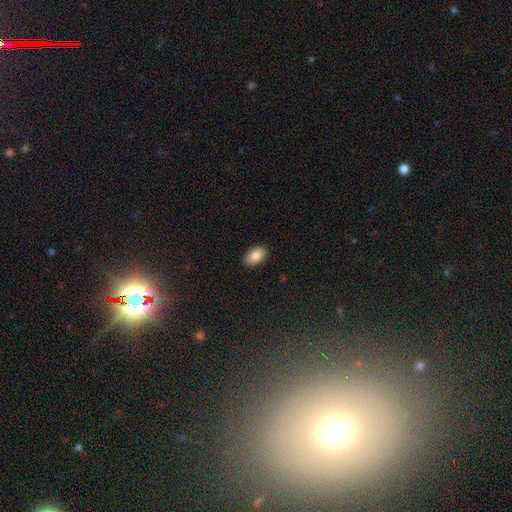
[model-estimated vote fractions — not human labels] smooth_or_featured: smooth (p=0.86) [alt: featured or disk p=0.07]
how_rounded: in between (p=0.93) [alt: round p=0.05]
merging: none (p=0.89) [alt: minor disturbance p=0.08]